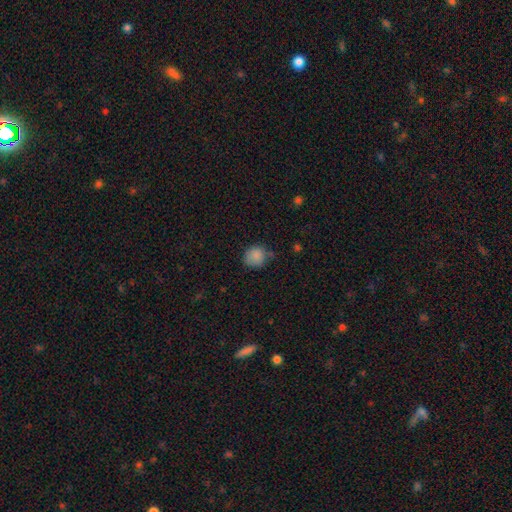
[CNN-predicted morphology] Smooth or featured? Predicted: smooth (p=0.85). How rounded? Predicted: round (p=0.83). Merging? Predicted: none (p=0.69).